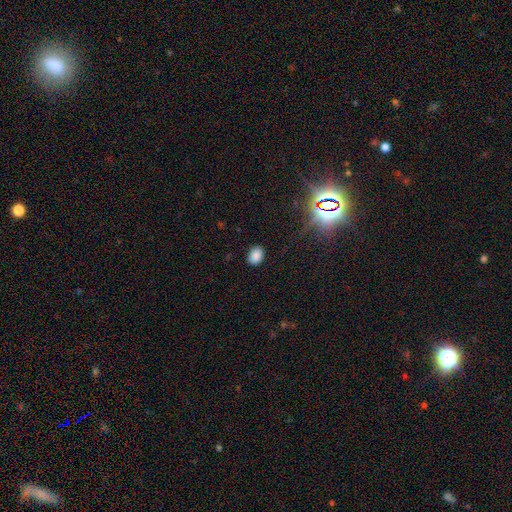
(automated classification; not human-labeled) smooth-or-featured: smooth: 85% | star or artifact: 11% | featured or disk: 3%
  how-rounded: in between: 69% | round: 30% | cigar-shaped: 1%
  merging: none: 88% | minor disturbance: 8% | major disturbance: 2% | merger: 1%